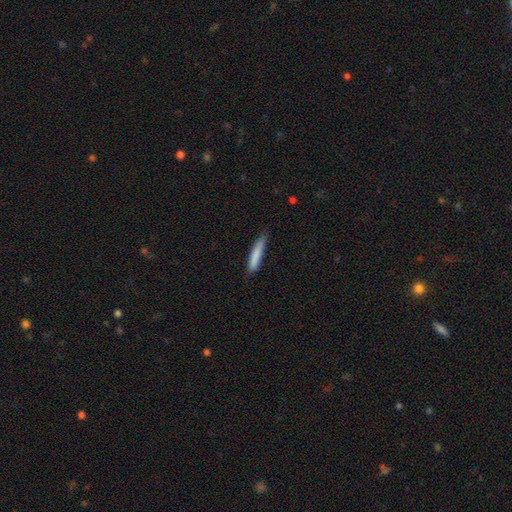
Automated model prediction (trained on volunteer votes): Smooth or featured? smooth (83%)
How rounded? cigar-shaped (89%)
Merging? none (75%)